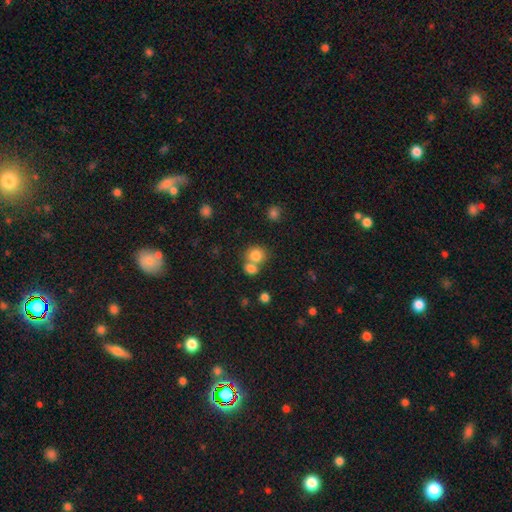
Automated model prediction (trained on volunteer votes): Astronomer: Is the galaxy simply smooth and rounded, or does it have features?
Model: smooth — 80%.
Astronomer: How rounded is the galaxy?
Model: round — 78%.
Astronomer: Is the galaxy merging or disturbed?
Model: merger — 46% (runner-up: none, 44%).